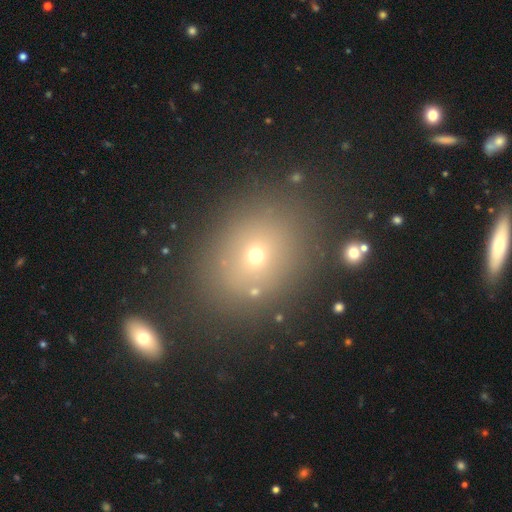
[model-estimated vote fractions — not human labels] smooth-or-featured: smooth: 63% | star or artifact: 24% | featured or disk: 14%
  how-rounded: round: 60% | in between: 39% | cigar-shaped: 1%
  merging: none: 80% | minor disturbance: 10% | merger: 6% | major disturbance: 4%